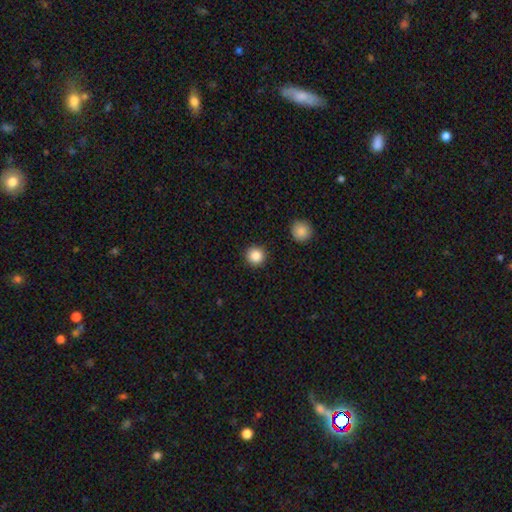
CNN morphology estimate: Smooth or featured? smooth (87%)
How rounded? round (95%)
Merging? none (92%)